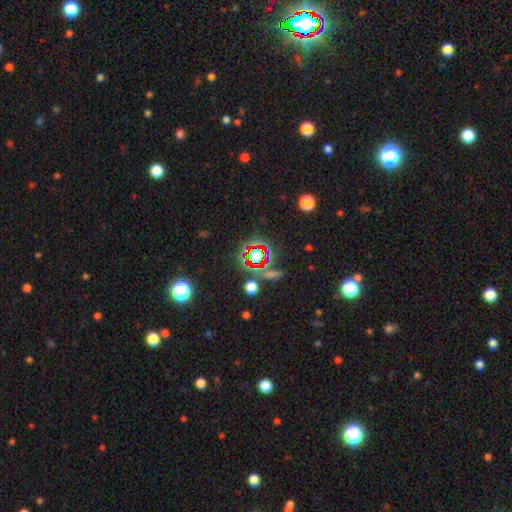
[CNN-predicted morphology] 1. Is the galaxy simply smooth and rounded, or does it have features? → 62% star or artifact, 25% smooth, 13% featured or disk.